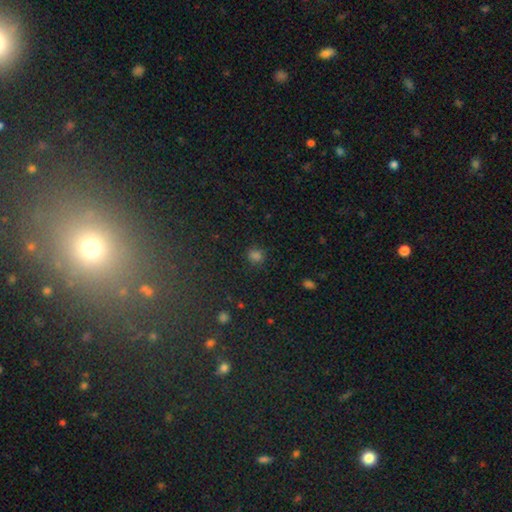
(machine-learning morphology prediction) Smooth or featured: smooth — 72% (star or artifact — 23%)
How rounded: round — 82% (in between — 16%)
Merging: none — 84% (minor disturbance — 11%)